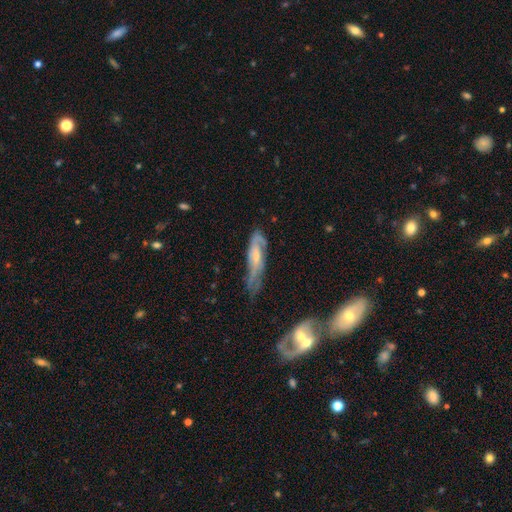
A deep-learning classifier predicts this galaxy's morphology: Overall: featured or disk (63%; smooth 30%). Edge-on disk: no (70%; yes 30%). Merging: none (46%; minor disturbance 31%).